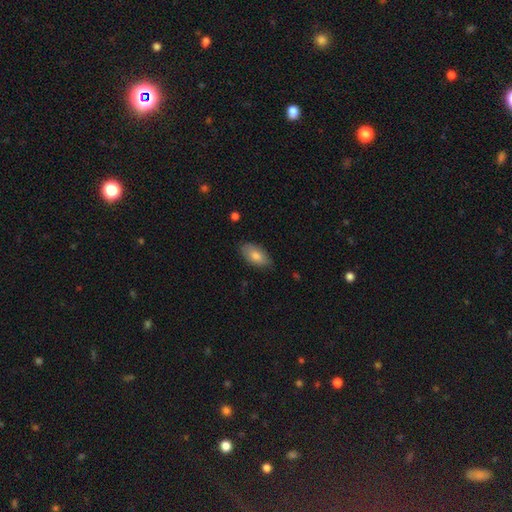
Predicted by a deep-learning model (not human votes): smooth_or_featured: smooth (p=0.80) [alt: featured or disk p=0.14]
how_rounded: in between (p=0.92) [alt: cigar-shaped p=0.05]
merging: none (p=0.81) [alt: minor disturbance p=0.16]